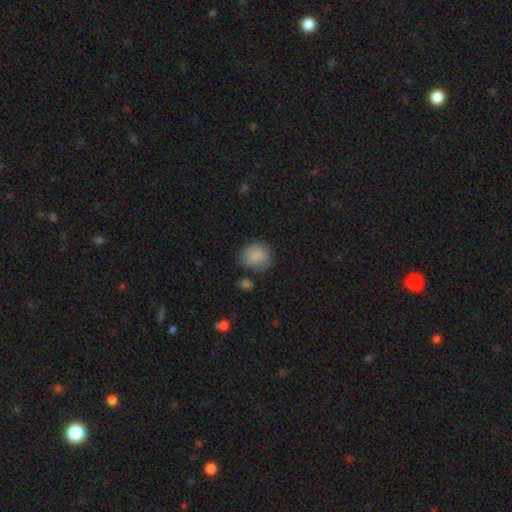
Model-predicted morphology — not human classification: Smooth or featured: smooth — 85% (star or artifact — 8%)
How rounded: round — 60% (in between — 39%)
Merging: none — 66% (minor disturbance — 24%)